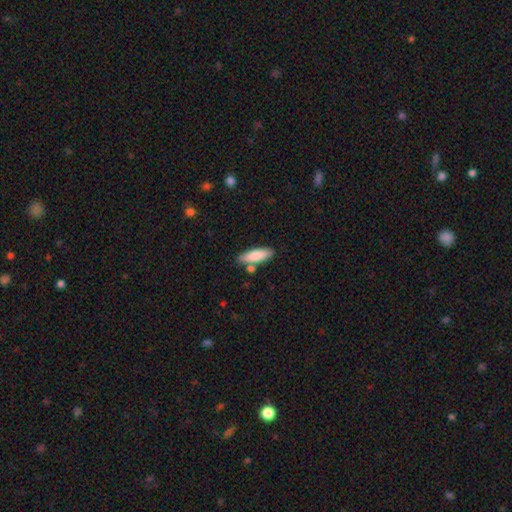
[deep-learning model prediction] Smooth or featured?
  - smooth: 85% *
  - featured or disk: 10%
  - star or artifact: 6%
How rounded?
  - cigar-shaped: 51% *
  - in between: 47%
  - round: 2%
Merging?
  - none: 78% *
  - minor disturbance: 12%
  - merger: 7%
  - major disturbance: 3%